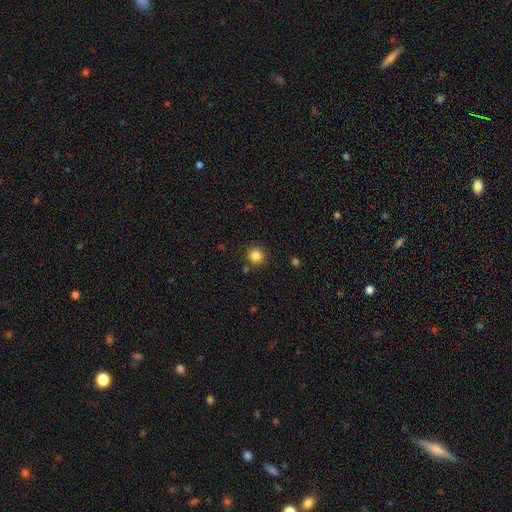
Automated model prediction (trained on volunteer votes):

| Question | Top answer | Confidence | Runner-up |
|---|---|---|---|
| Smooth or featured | smooth | 84% | star or artifact (12%) |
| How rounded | round | 94% | in between (5%) |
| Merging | none | 89% | minor disturbance (6%) |